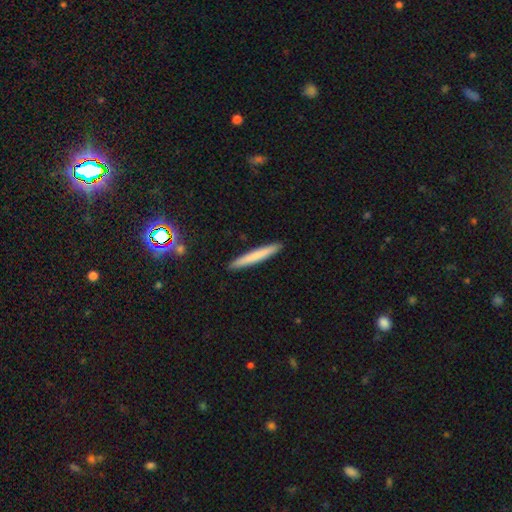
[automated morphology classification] type=smooth (72%); roundness=cigar-shaped (96%); merging=none (92%).